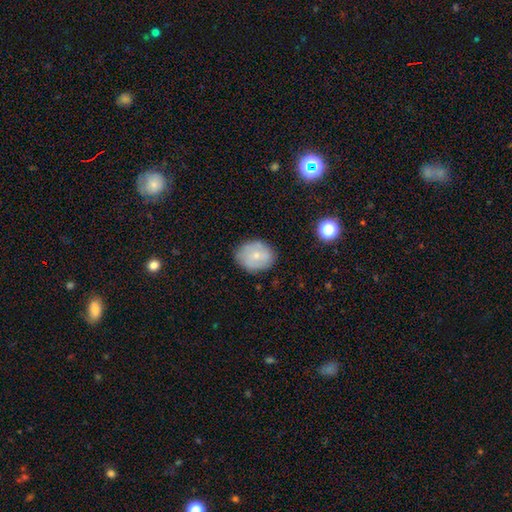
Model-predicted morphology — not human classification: smooth 63%, featured or disk 28%, star or artifact 8%. Down the decision tree: how rounded — round (53%); merging — none (77%).